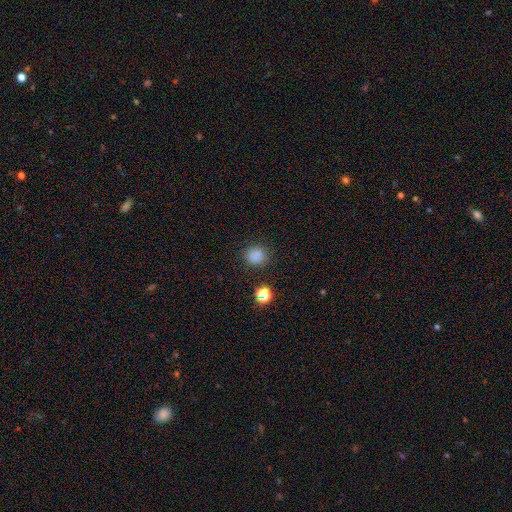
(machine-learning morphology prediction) A smooth galaxy with no disk features (82%) that is round (87%).

Vote fractions:
- Smooth or featured? smooth: 82% / star or artifact: 14% / featured or disk: 4%
- How rounded? round: 87% / in between: 12% / cigar-shaped: 1%
- Merging? none: 86% / minor disturbance: 9% / major disturbance: 3% / merger: 2%